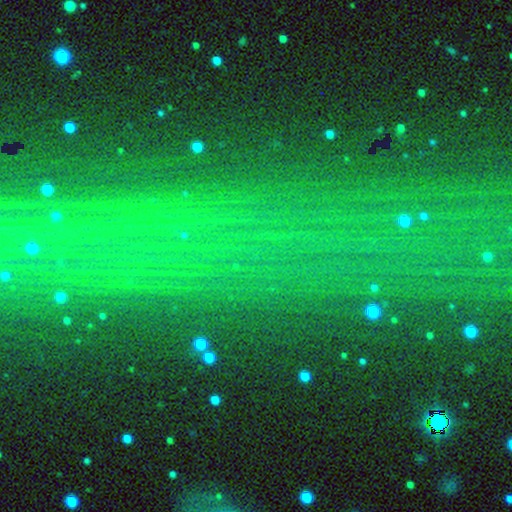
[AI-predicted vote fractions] Smooth or featured?
  - star or artifact: 80% *
  - featured or disk: 10%
  - smooth: 10%